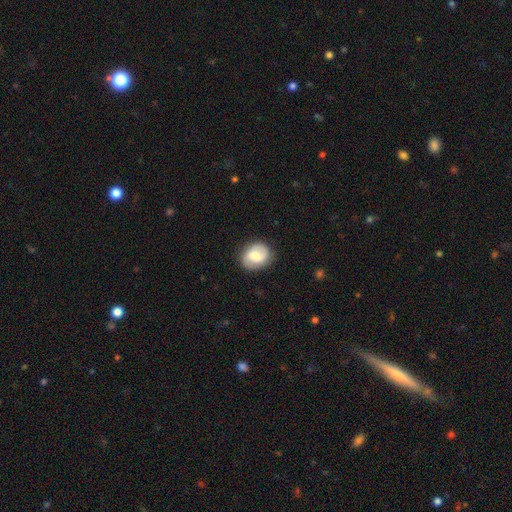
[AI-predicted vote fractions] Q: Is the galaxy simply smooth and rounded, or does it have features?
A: smooth — 47%.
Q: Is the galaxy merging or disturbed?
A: none — 82%.